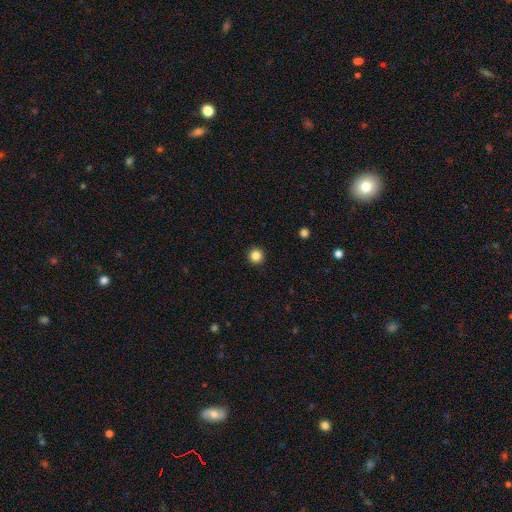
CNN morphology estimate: Smooth or featured? smooth (85%)
How rounded? round (96%)
Merging? none (93%)